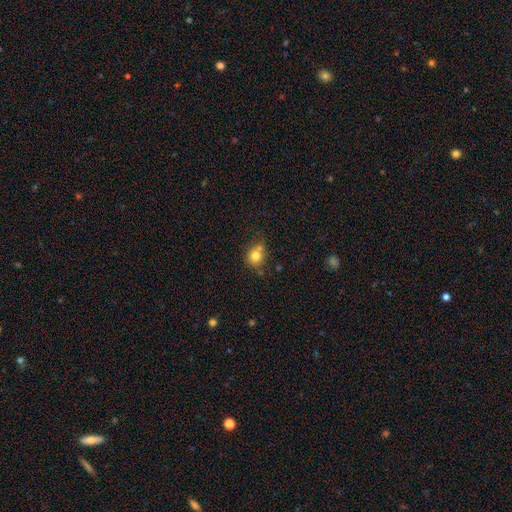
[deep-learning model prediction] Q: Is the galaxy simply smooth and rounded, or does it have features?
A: smooth — 78%.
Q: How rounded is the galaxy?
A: round — 78%.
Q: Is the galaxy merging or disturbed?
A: none — 58%.